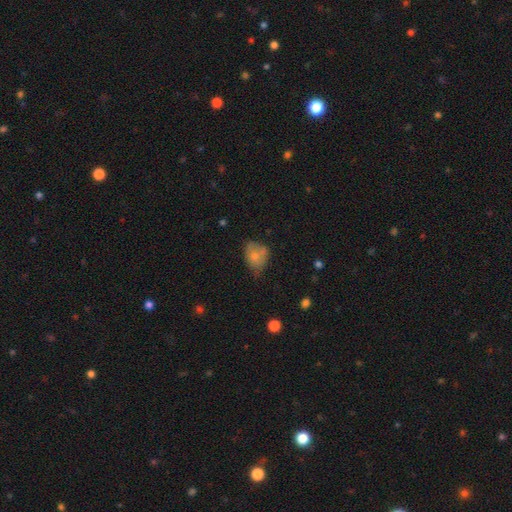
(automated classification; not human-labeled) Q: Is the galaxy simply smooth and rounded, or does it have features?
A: smooth — 70%.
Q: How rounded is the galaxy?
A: in between — 66%.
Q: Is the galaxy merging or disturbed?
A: none — 39%.